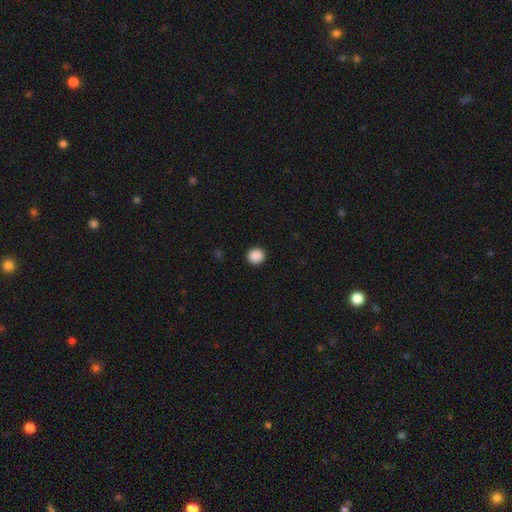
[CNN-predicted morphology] The model was most divided on "smooth or featured": smooth: 89%, star or artifact: 9%, featured or disk: 2%. More confident: merging — none (93%); how rounded — round (90%).